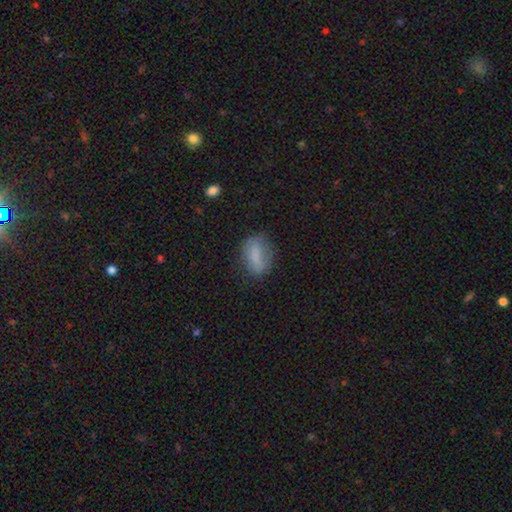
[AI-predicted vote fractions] smooth-or-featured: smooth: 75% | featured or disk: 16% | star or artifact: 9%
  how-rounded: in between: 81% | round: 14% | cigar-shaped: 5%
  merging: none: 65% | minor disturbance: 24% | major disturbance: 9% | merger: 2%